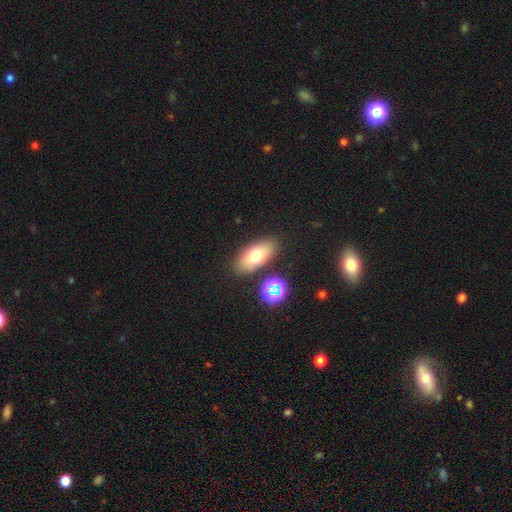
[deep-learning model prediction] smooth-or-featured: smooth: 72% | featured or disk: 18% | star or artifact: 10%
  how-rounded: in between: 86% | cigar-shaped: 9% | round: 5%
  merging: none: 83% | minor disturbance: 9% | merger: 5% | major disturbance: 3%